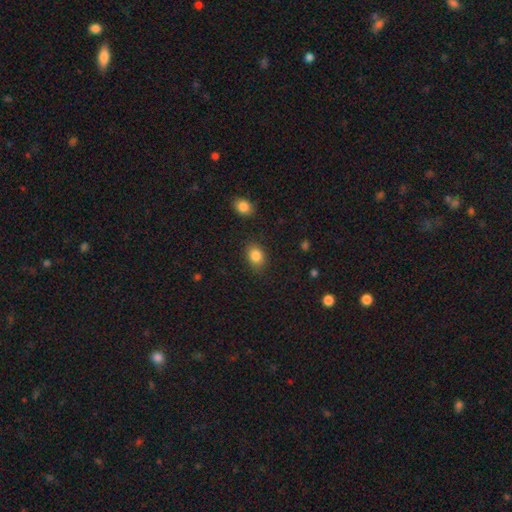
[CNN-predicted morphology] Smooth or featured: smooth — 85% (star or artifact — 9%)
How rounded: in between — 64% (round — 35%)
Merging: none — 83% (minor disturbance — 12%)